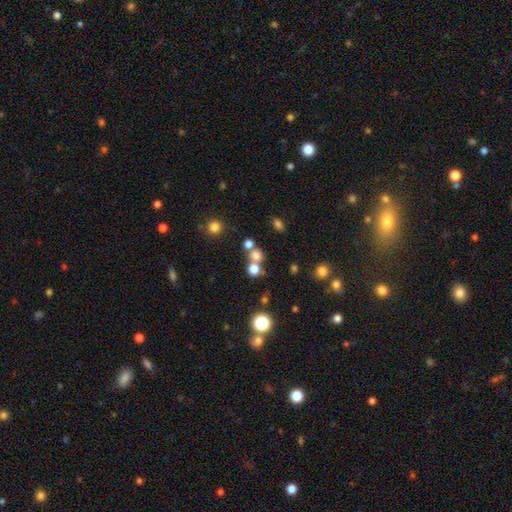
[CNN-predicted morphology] smooth_or_featured: smooth (p=0.69) [alt: star or artifact p=0.22]
how_rounded: round (p=0.86) [alt: in between p=0.12]
merging: none (p=0.56) [alt: merger p=0.33]